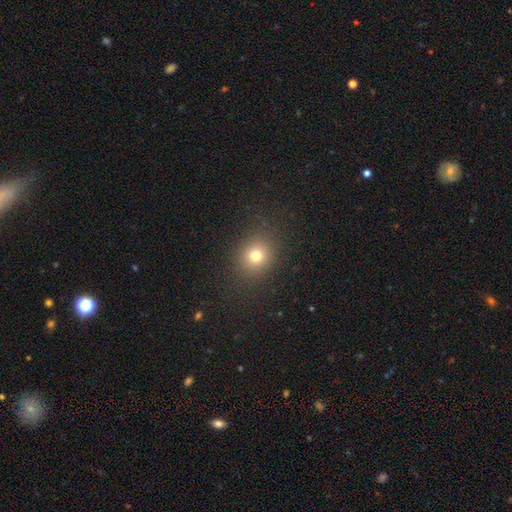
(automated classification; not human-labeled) Overall: smooth (74%). How rounded: round (70%). Merging: none (85%).